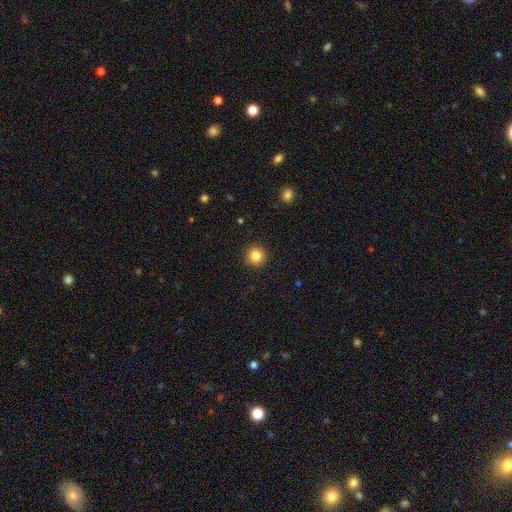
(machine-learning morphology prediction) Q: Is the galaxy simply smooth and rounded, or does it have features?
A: smooth — 84%.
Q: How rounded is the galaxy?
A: round — 95%.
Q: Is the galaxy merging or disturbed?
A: none — 92%.